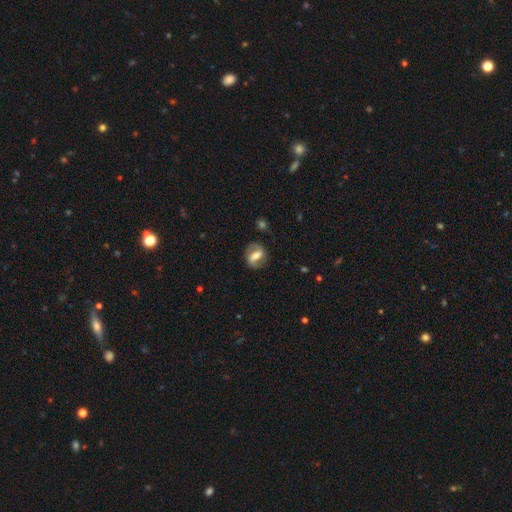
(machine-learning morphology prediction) Smooth or featured? Predicted: featured or disk (p=0.67). Edge-on disk? Predicted: no (p=0.94). Bar? Predicted: strong (p=0.53). Spiral arms? Predicted: yes (p=0.81). Spiral winding? Predicted: medium (p=0.44). Spiral arm count? Predicted: 2 (p=0.87). Bulge size? Predicted: moderate (p=0.49). Merging? Predicted: none (p=0.79).